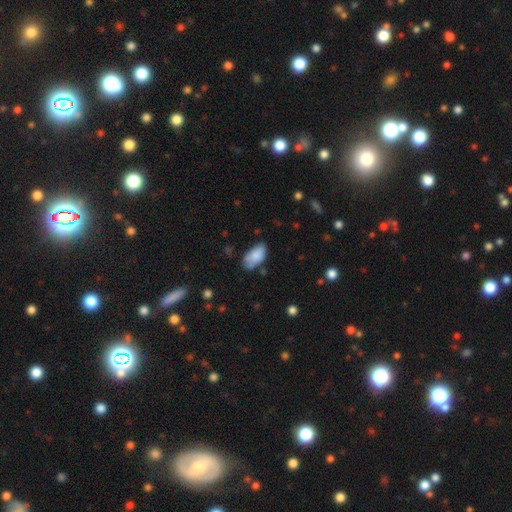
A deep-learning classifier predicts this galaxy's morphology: This appears to be a smooth galaxy with no disk features (82%) that is in between round and cigar-shaped (94%). Merging: none (59%).